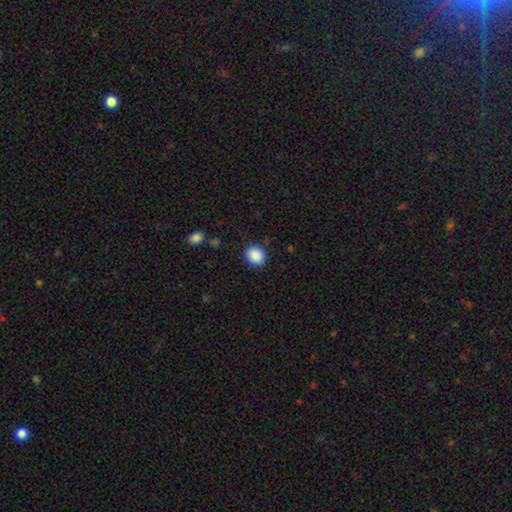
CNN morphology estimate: smooth-or-featured: smooth: 89% | star or artifact: 8% | featured or disk: 3%
  how-rounded: round: 74% | in between: 26% | cigar-shaped: 1%
  merging: none: 87% | minor disturbance: 9% | major disturbance: 3% | merger: 1%